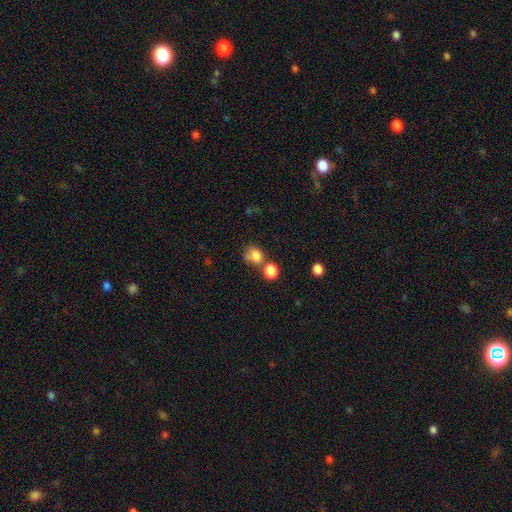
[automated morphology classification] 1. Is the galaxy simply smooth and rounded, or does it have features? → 80% smooth, 11% star or artifact, 9% featured or disk.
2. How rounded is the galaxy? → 54% round, 44% in between, 1% cigar-shaped.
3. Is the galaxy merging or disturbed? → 42% none, 34% merger, 15% minor disturbance, 8% major disturbance.